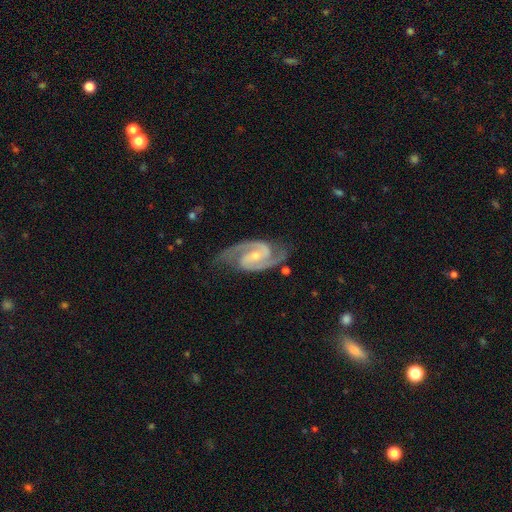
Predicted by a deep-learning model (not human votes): Overall: featured or disk (93%). Edge-on disk: no (98%). Bar: weak (44%; no 32%). Spiral arms: yes (99%). Spiral arm count: 2 (93%). Spiral winding: medium (61%; tight 27%). Bulge size: small (59%; moderate 38%). Merging: none (77%).